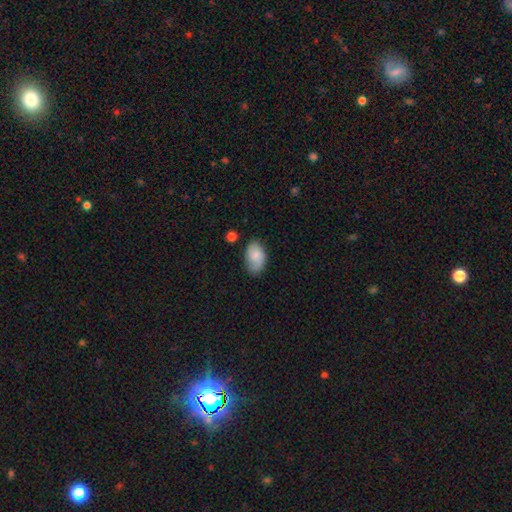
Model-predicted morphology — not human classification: This is likely a smooth galaxy (75%). How rounded: clearly in between (90%). Merging: likely none (69%).